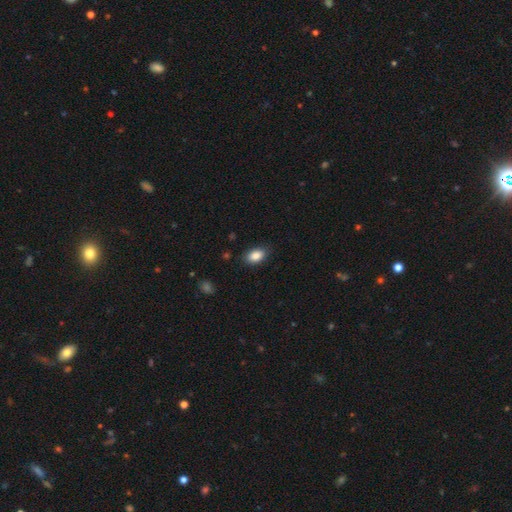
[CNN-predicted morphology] This is clearly a smooth galaxy (87%). How rounded: clearly in between (89%). Merging: clearly none (84%).